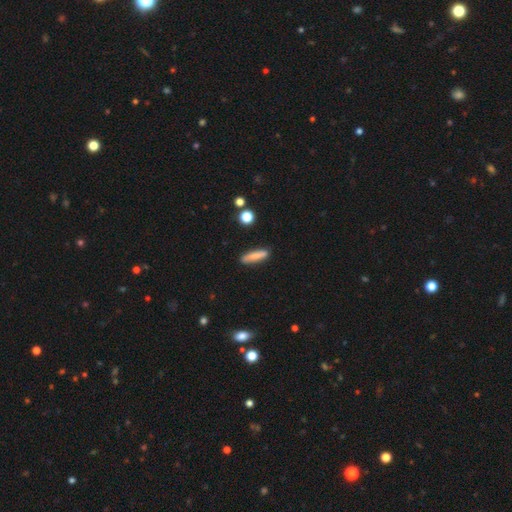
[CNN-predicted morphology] A smooth galaxy with no disk features (80%) that is cigar-shaped (81%).

Vote fractions:
- Smooth or featured? smooth: 80% / featured or disk: 12% / star or artifact: 8%
- How rounded? cigar-shaped: 81% / in between: 17% / round: 2%
- Merging? none: 87% / minor disturbance: 9% / major disturbance: 2% / merger: 2%